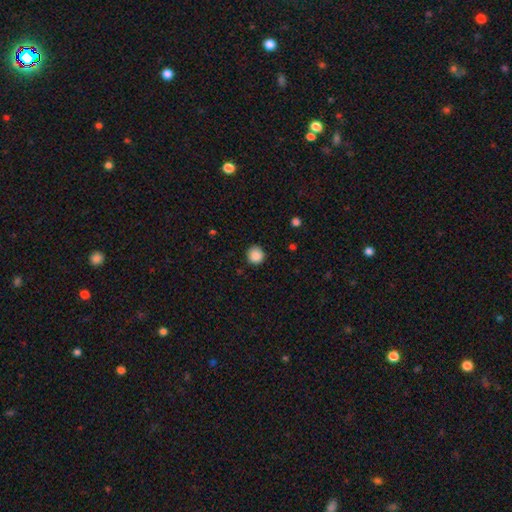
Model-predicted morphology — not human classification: smooth_or_featured: smooth (p=0.88) [alt: star or artifact p=0.09]
how_rounded: round (p=0.93) [alt: in between p=0.06]
merging: none (p=0.89) [alt: minor disturbance p=0.08]